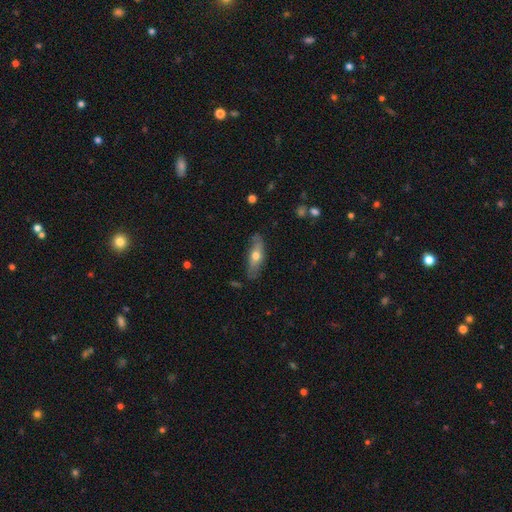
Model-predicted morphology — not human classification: smooth_or_featured: smooth (p=0.55) [alt: featured or disk p=0.39]
how_rounded: in between (p=0.56) [alt: cigar-shaped p=0.41]
merging: none (p=0.77) [alt: minor disturbance p=0.18]